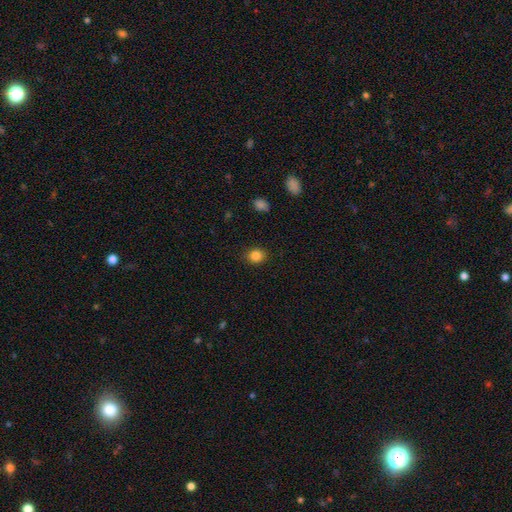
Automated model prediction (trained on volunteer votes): Smooth or featured? smooth (85%)
How rounded? round (72%)
Merging? none (87%)